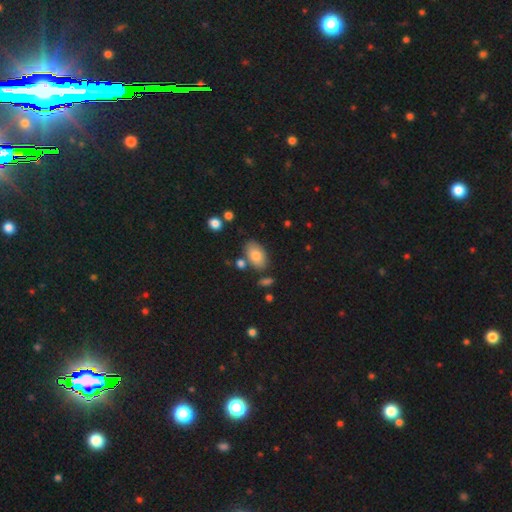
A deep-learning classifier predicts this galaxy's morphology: smooth-or-featured: smooth: 81% | featured or disk: 12% | star or artifact: 7%
  how-rounded: in between: 92% | round: 7% | cigar-shaped: 1%
  merging: none: 75% | minor disturbance: 14% | merger: 7% | major disturbance: 4%